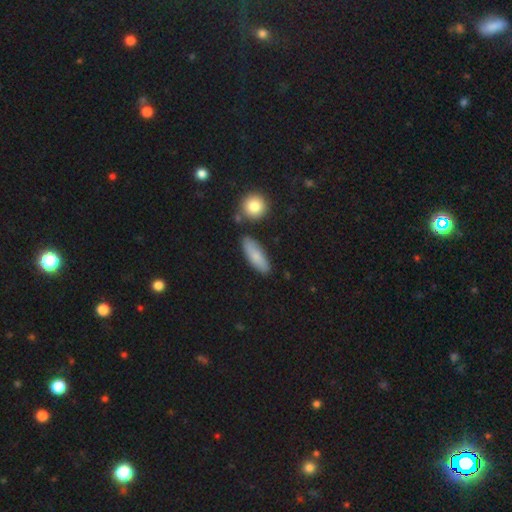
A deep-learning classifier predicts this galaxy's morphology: This is likely a smooth galaxy (79%). How rounded: possibly in between (56%). Merging: clearly none (81%).